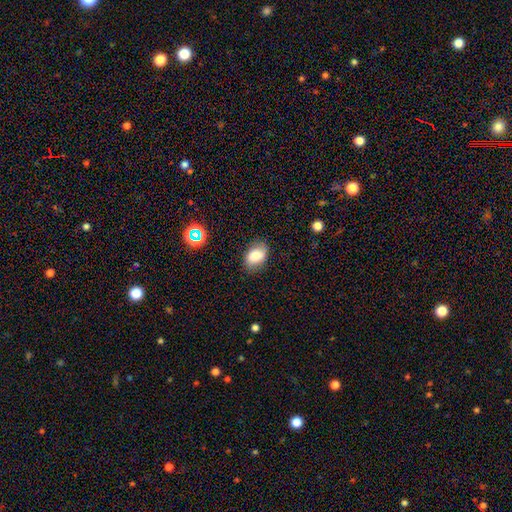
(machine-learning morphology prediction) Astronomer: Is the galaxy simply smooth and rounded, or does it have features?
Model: smooth — 78%.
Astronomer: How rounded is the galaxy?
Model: in between — 85%.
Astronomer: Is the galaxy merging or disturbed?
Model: none — 78%.